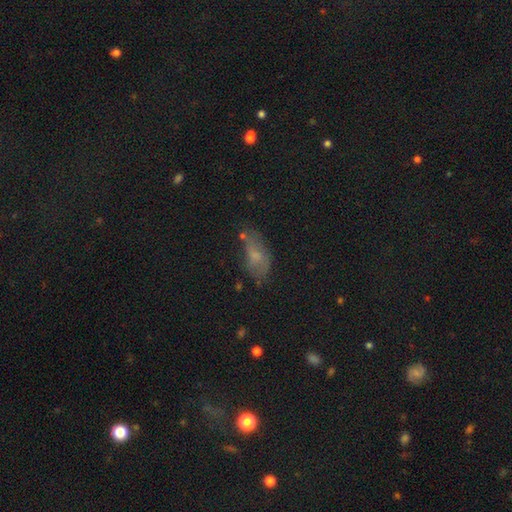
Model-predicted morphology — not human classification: smooth_or_featured: smooth (p=0.57) [alt: featured or disk p=0.29]
how_rounded: in between (p=0.87) [alt: cigar-shaped p=0.08]
merging: none (p=0.45) [alt: minor disturbance p=0.29]